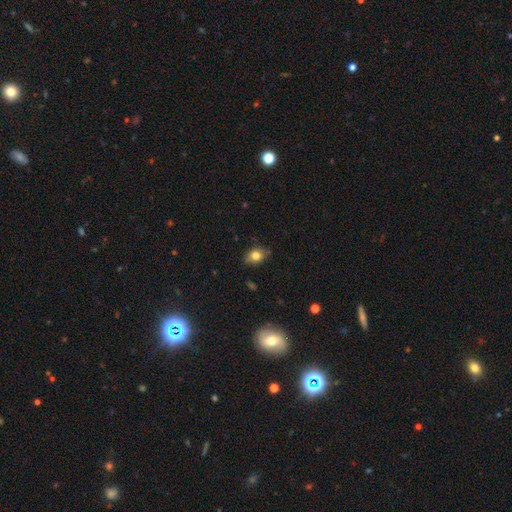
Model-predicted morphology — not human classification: This appears to be a smooth galaxy with no disk features (81%) that is in between round and cigar-shaped (55%). Merging: none (78%).